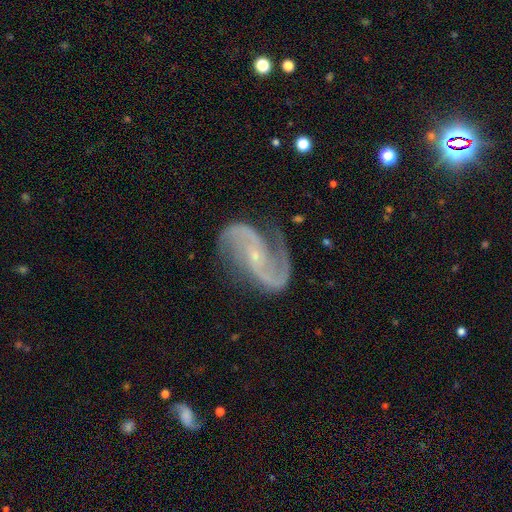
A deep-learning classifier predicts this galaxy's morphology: smooth-or-featured: featured or disk: 91% | star or artifact: 6% | smooth: 3%
  disk-edge-on: no: 97% | yes: 3%
    bar: no: 49% | weak: 31% | strong: 20%
    has-spiral-arms: yes: 98% | no: 2%
      spiral-winding: medium: 49% | loose: 32% | tight: 19%
      spiral-arm-count: 2: 90% | 3: 3% | can't tell: 2% | 1: 2% | 4: 1% | more than 4: 1%
    bulge-size: small: 81% | moderate: 14% | none: 3% | large: 1% | dominant: 1%
  merging: none: 75% | minor disturbance: 16% | major disturbance: 7% | merger: 2%